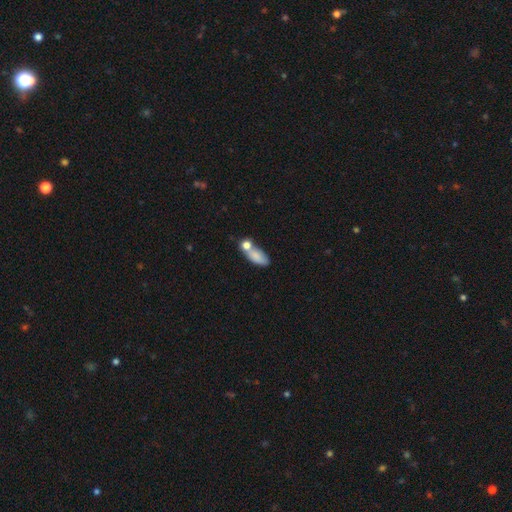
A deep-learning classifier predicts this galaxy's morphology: Smooth or featured?
  - smooth: 78% *
  - featured or disk: 13%
  - star or artifact: 9%
How rounded?
  - in between: 78% *
  - cigar-shaped: 15%
  - round: 8%
Merging?
  - none: 41% *
  - merger: 36%
  - minor disturbance: 16%
  - major disturbance: 8%